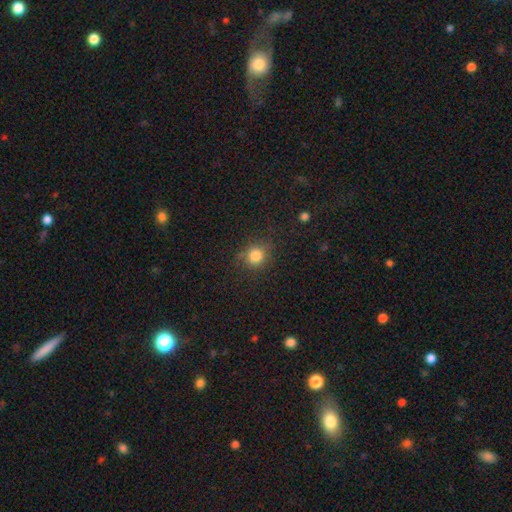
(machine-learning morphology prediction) Smooth or featured?
  - smooth: 81% *
  - star or artifact: 13%
  - featured or disk: 6%
How rounded?
  - round: 83% *
  - in between: 16%
  - cigar-shaped: 1%
Merging?
  - none: 77% *
  - minor disturbance: 16%
  - major disturbance: 6%
  - merger: 2%